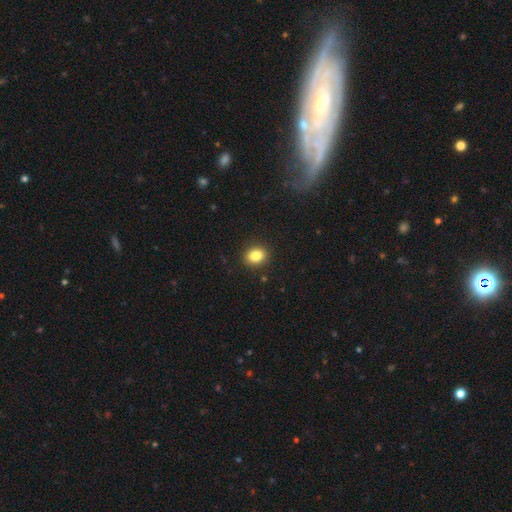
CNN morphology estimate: A smooth galaxy with no disk features (84%) that is in between round and cigar-shaped (53%). Merging: none (90%).